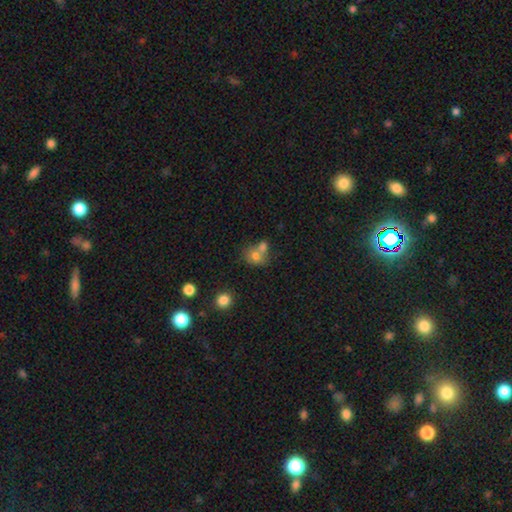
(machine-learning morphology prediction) smooth 73%, featured or disk 16%, star or artifact 12%. Down the decision tree: how rounded — round (63%); merging — merger (51%).